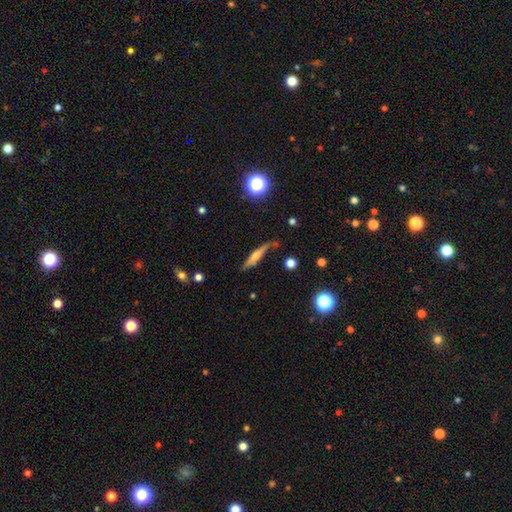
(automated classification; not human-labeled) Smooth or featured: featured or disk — 48% (smooth — 43%)
Merging: none — 74% (minor disturbance — 18%)